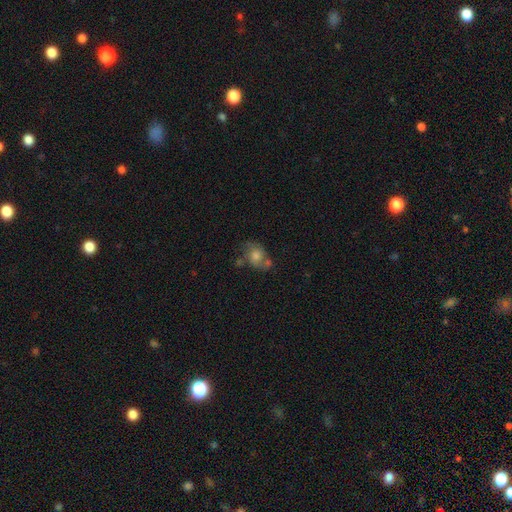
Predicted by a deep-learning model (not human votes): A smooth galaxy with no disk features (58%) that is in between round and cigar-shaped (59%).

Vote fractions:
- Smooth or featured? smooth: 58% / featured or disk: 33% / star or artifact: 10%
- How rounded? in between: 59% / round: 39% / cigar-shaped: 2%
- Merging? none: 43% / minor disturbance: 24% / merger: 20% / major disturbance: 13%